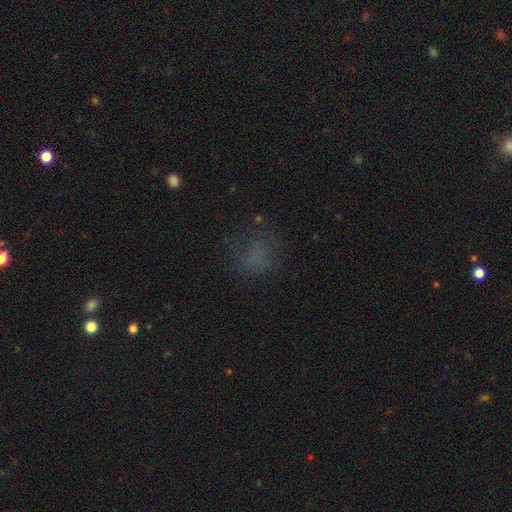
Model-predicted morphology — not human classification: This is possibly a smooth galaxy (57%). How rounded: likely round (66%). Merging: likely none (61%).